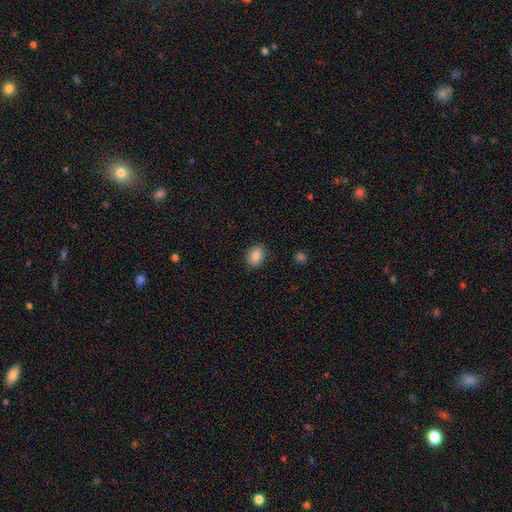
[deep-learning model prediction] This appears to be a smooth galaxy with no disk features (86%) that is in between round and cigar-shaped (68%). Merging: none (86%).